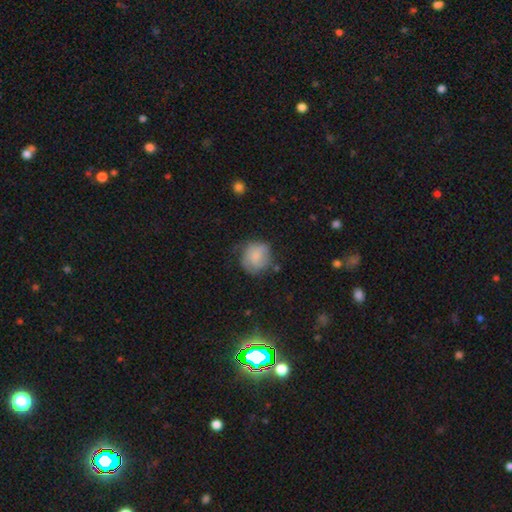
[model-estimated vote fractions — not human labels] smooth-or-featured: smooth: 69% | featured or disk: 23% | star or artifact: 8%
  how-rounded: round: 83% | in between: 16% | cigar-shaped: 1%
  merging: none: 57% | minor disturbance: 29% | major disturbance: 12% | merger: 3%